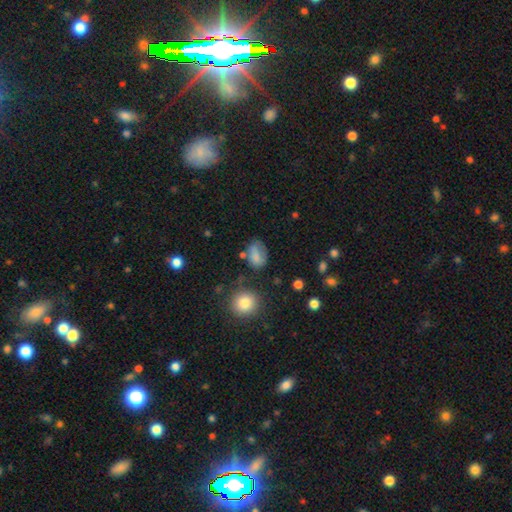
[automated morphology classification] Q: Smooth or featured?
A: smooth (75%); runner-up: featured or disk (14%)
Q: How rounded?
A: in between (73%); runner-up: round (26%)
Q: Merging?
A: none (52%); runner-up: minor disturbance (28%)